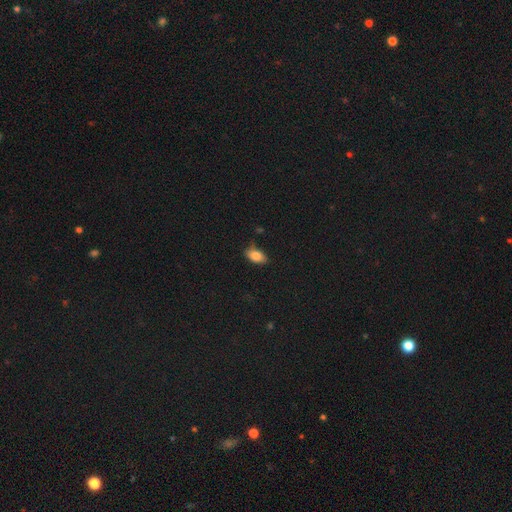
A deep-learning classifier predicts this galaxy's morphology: Smooth or featured? Predicted: smooth (p=0.84). How rounded? Predicted: in between (p=0.92). Merging? Predicted: none (p=0.80).